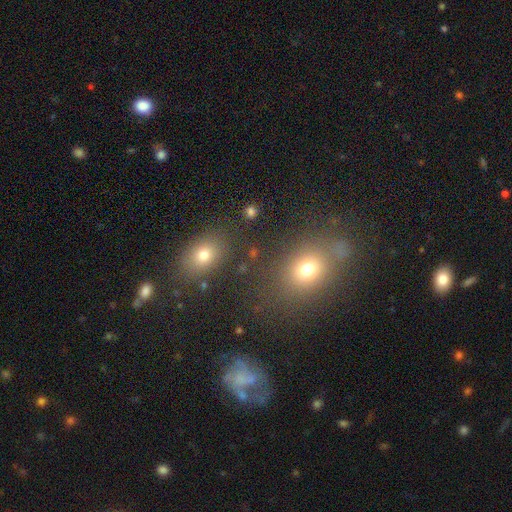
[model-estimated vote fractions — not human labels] This is possibly a smooth galaxy (59%). How rounded: possibly in between (58%). Merging: likely none (74%).